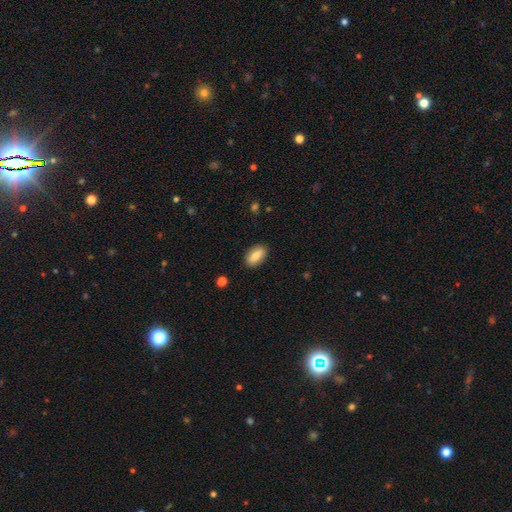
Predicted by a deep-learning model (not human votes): Smooth or featured: smooth — 79% (featured or disk — 15%)
How rounded: in between — 89% (cigar-shaped — 6%)
Merging: none — 87% (minor disturbance — 9%)